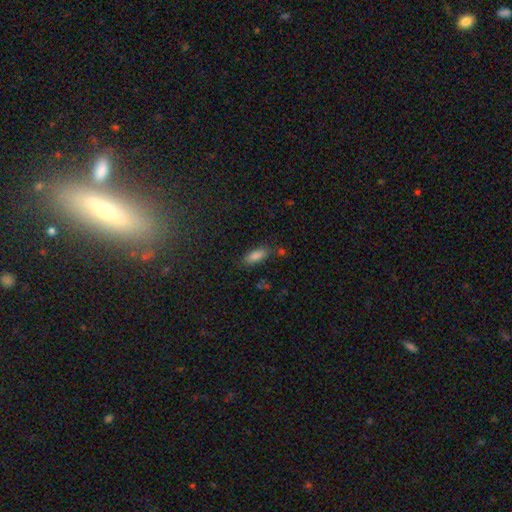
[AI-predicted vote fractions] Smooth or featured? smooth (81%)
How rounded? in between (71%)
Merging? none (75%)